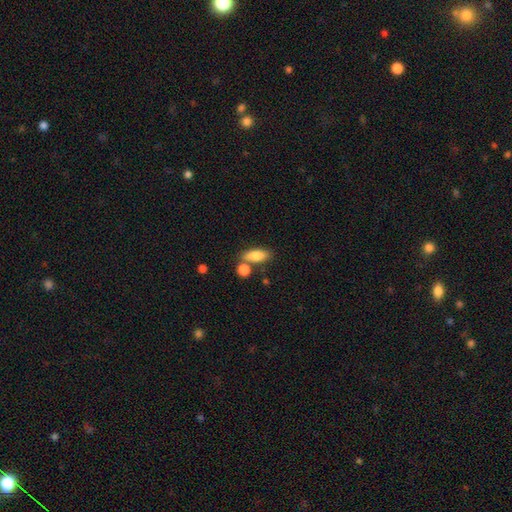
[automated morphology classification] Smooth or featured?
  - smooth: 81% *
  - featured or disk: 11%
  - star or artifact: 7%
How rounded?
  - in between: 73% *
  - cigar-shaped: 22%
  - round: 5%
Merging?
  - none: 65% *
  - merger: 18%
  - minor disturbance: 13%
  - major disturbance: 4%